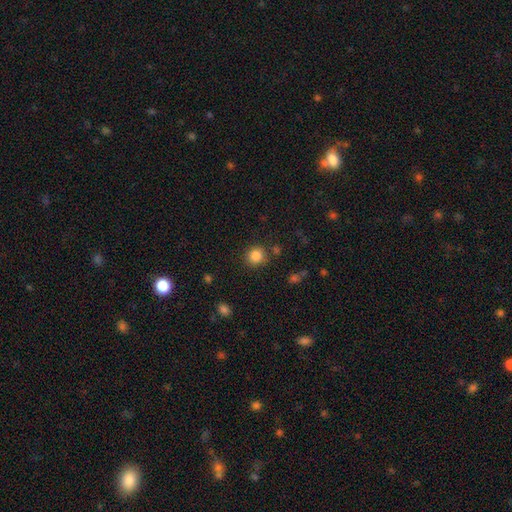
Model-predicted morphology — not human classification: smooth-or-featured: smooth: 85% | star or artifact: 11% | featured or disk: 4%
  how-rounded: round: 87% | in between: 12% | cigar-shaped: 1%
  merging: none: 85% | minor disturbance: 8% | merger: 4% | major disturbance: 3%